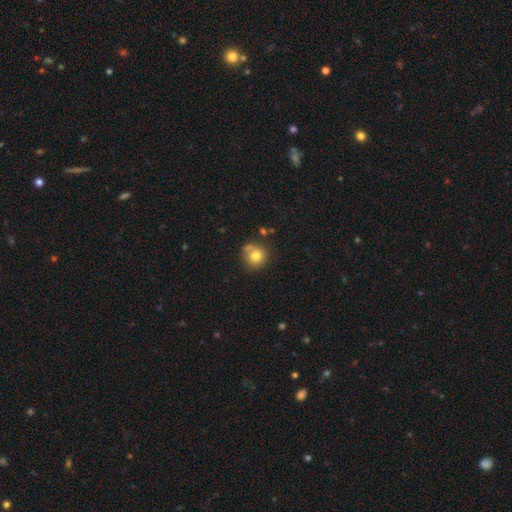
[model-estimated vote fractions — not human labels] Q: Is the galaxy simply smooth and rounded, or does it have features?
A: smooth — 78%.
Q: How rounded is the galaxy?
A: round — 88%.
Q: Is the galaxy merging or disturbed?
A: none — 62%.